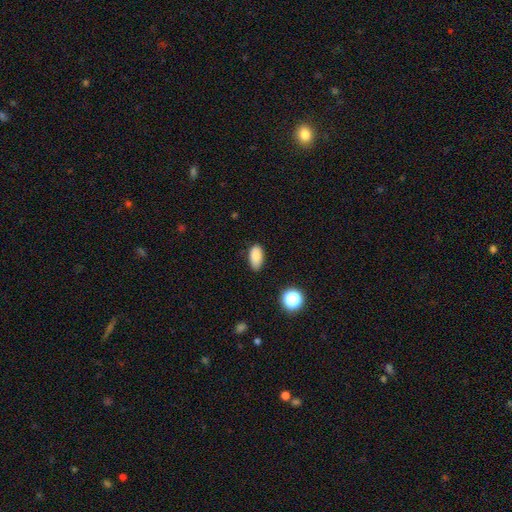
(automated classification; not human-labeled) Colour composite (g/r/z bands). It shows a smooth galaxy with no disk features (85%) that is in between round and cigar-shaped (92%). Merging: none (77%).